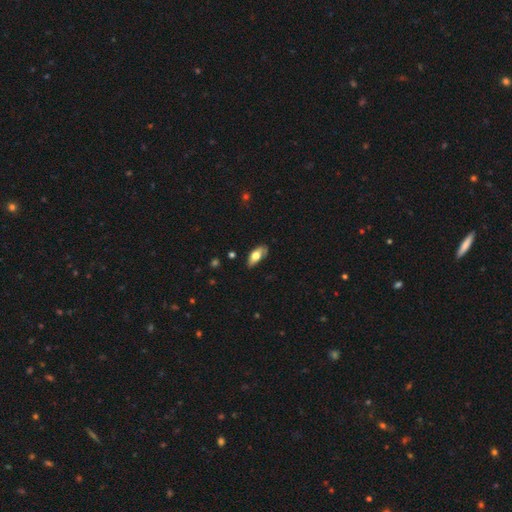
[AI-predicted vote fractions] A smooth galaxy with no disk features (62%) that is in between round and cigar-shaped (85%). Merging: none (68%).